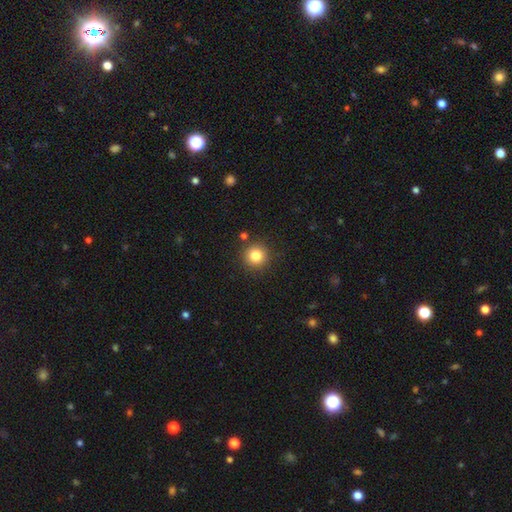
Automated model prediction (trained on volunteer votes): Smooth or featured? Predicted: smooth (p=0.82). How rounded? Predicted: round (p=0.95). Merging? Predicted: none (p=0.88).